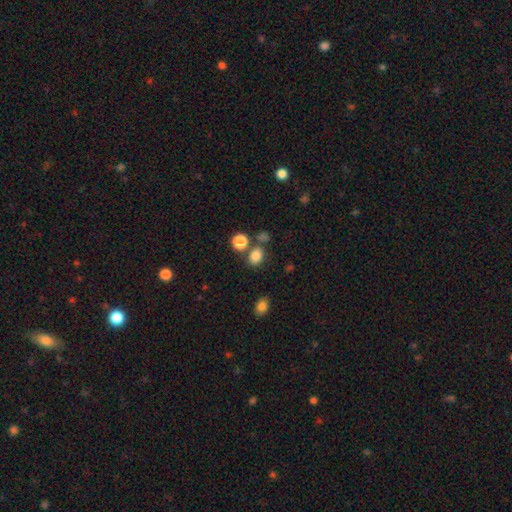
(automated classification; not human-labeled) A smooth galaxy with no disk features (81%) that is in between round and cigar-shaped (59%).

Vote fractions:
- Smooth or featured? smooth: 81% / star or artifact: 13% / featured or disk: 6%
- How rounded? in between: 59% / round: 40% / cigar-shaped: 1%
- Merging? none: 68% / merger: 16% / minor disturbance: 12% / major disturbance: 5%